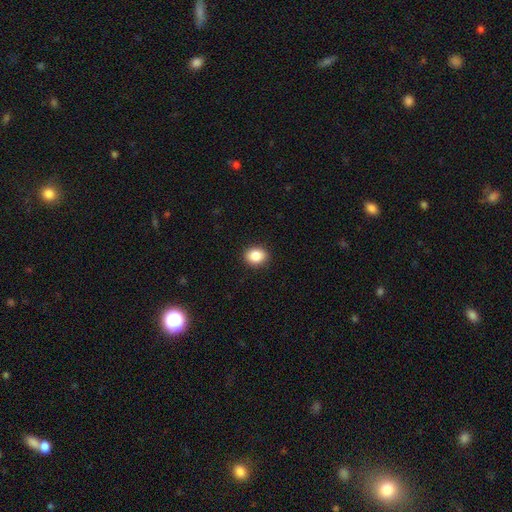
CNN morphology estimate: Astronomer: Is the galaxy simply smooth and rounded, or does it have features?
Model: smooth — 86%.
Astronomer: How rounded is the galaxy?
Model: round — 57% (runner-up: in between, 42%).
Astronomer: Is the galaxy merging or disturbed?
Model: none — 90%.